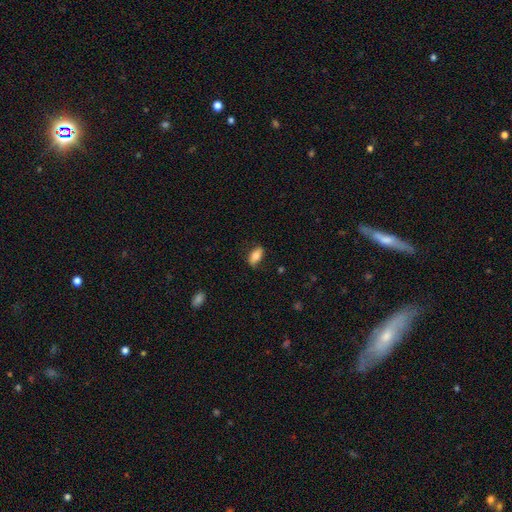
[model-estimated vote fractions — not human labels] Smooth or featured?
  - smooth: 76% *
  - featured or disk: 17%
  - star or artifact: 7%
How rounded?
  - in between: 84% *
  - cigar-shaped: 12%
  - round: 3%
Merging?
  - none: 80% *
  - minor disturbance: 16%
  - major disturbance: 4%
  - merger: 1%